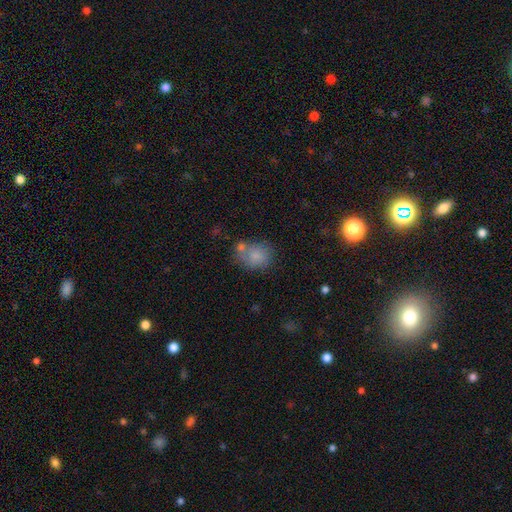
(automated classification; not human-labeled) Smooth or featured: smooth — 79% (featured or disk — 13%)
How rounded: round — 58% (in between — 41%)
Merging: none — 47% (merger — 29%)